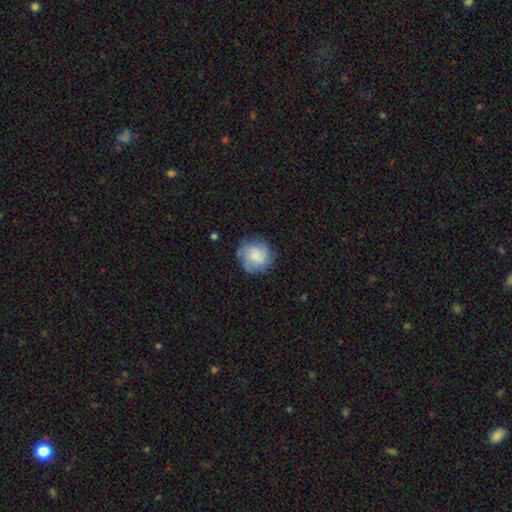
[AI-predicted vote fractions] Overall: smooth (60%; featured or disk 32%). How rounded: round (88%). Merging: none (75%).